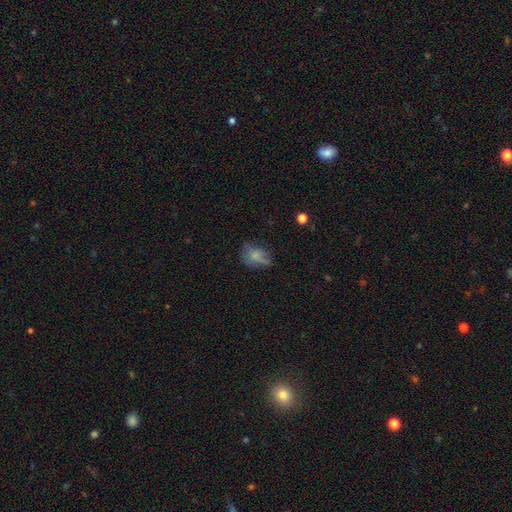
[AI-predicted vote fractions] Q: Smooth or featured?
A: smooth (65%); runner-up: featured or disk (22%)
Q: How rounded?
A: in between (69%); runner-up: round (29%)
Q: Merging?
A: none (44%); runner-up: minor disturbance (31%)